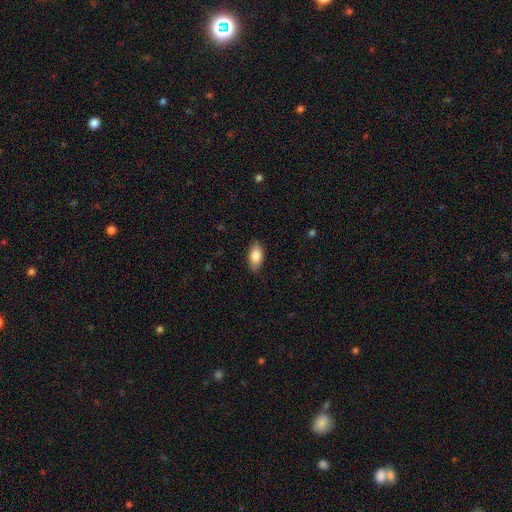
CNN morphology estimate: Smooth or featured? smooth (84%)
How rounded? in between (91%)
Merging? none (85%)